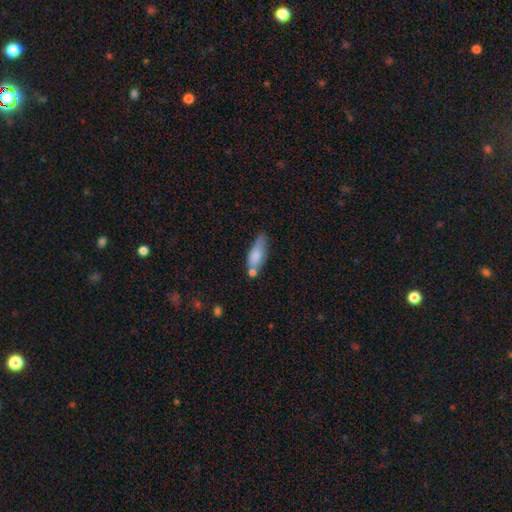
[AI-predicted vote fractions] Morphology: type=smooth (74%); roundness=in between (66%); merging=none (44%).